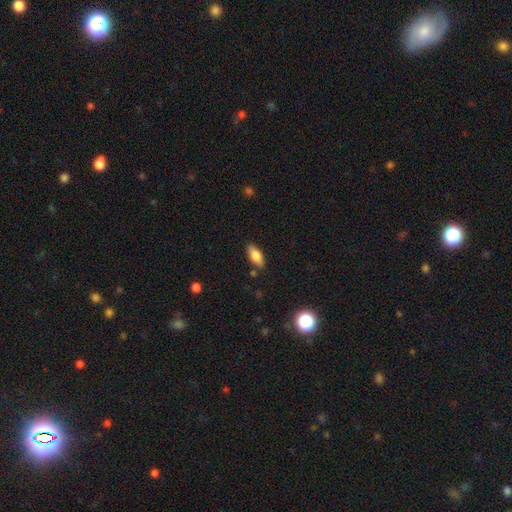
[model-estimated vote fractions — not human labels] This appears to be a smooth galaxy with no disk features (76%) that is in between round and cigar-shaped (81%). Merging: none (85%).